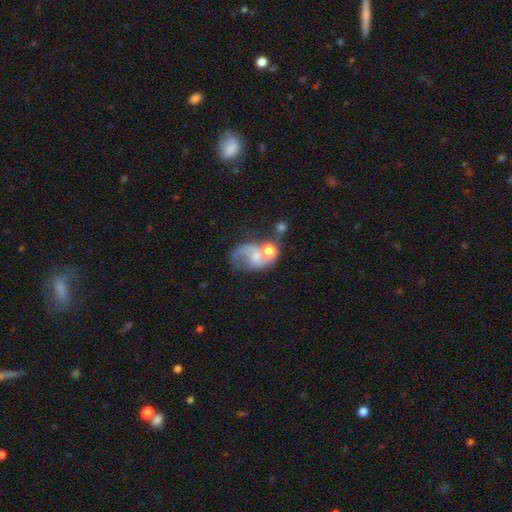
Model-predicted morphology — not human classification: Smooth or featured? Predicted: featured or disk (p=0.65). Edge-on disk? Predicted: no (p=0.98). Bar? Predicted: no (p=0.58). Spiral arms? Predicted: yes (p=0.84). Spiral winding? Predicted: loose (p=0.53). Spiral arm count? Predicted: 2 (p=0.60). Bulge size? Predicted: moderate (p=0.34). Merging? Predicted: merger (p=0.33).